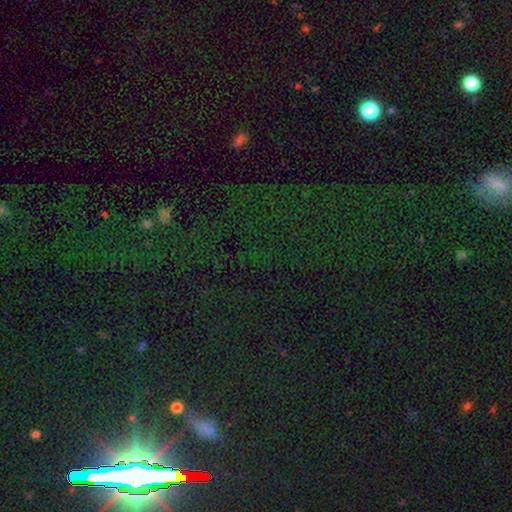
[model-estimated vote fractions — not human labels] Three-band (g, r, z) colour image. It shows a star or artifact, not a galaxy (78%).